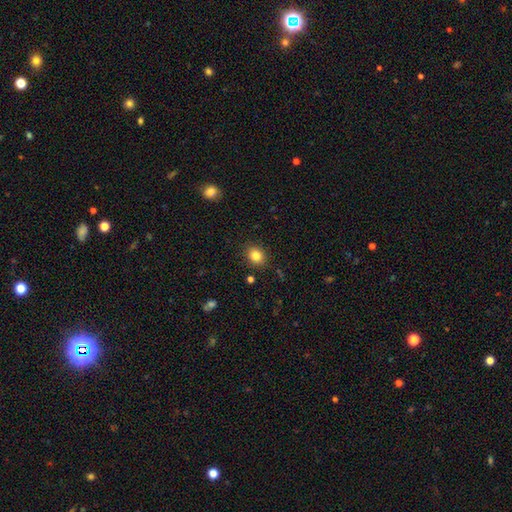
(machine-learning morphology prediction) This is clearly a smooth galaxy (84%). How rounded: possibly round (57%). Merging: clearly none (88%).